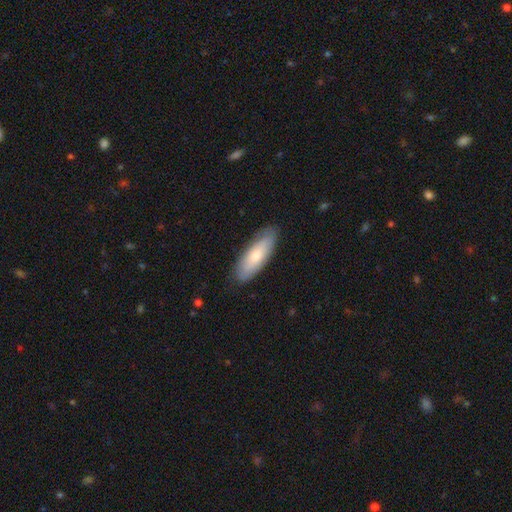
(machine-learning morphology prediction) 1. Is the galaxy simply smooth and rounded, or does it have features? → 70% smooth, 25% featured or disk, 5% star or artifact.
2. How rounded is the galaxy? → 63% in between, 35% cigar-shaped, 2% round.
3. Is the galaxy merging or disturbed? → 84% none, 12% minor disturbance, 2% major disturbance, 1% merger.